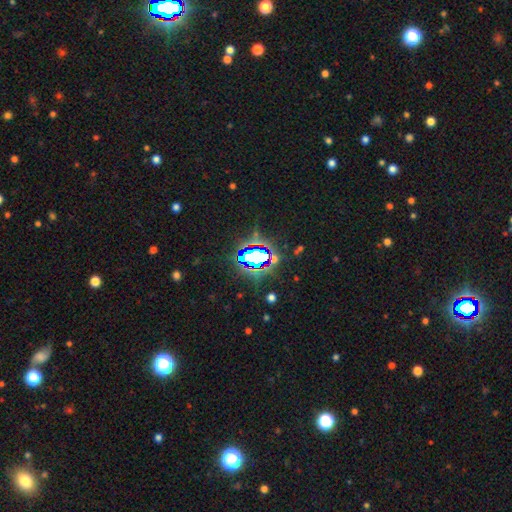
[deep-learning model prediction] This appears to be a star or artifact, not a galaxy (74%).